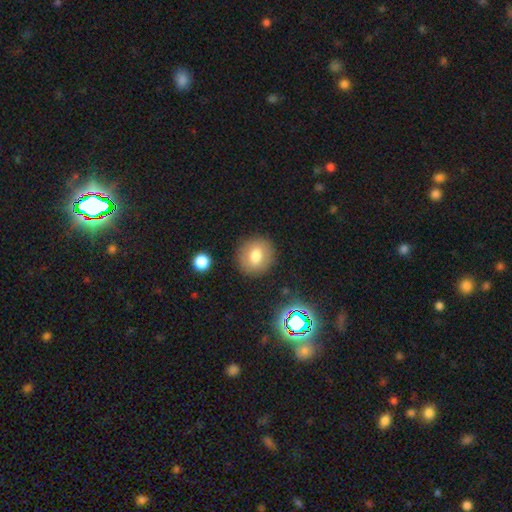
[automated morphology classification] Q: Smooth or featured?
A: smooth (74%); runner-up: featured or disk (15%)
Q: How rounded?
A: round (80%); runner-up: in between (19%)
Q: Merging?
A: none (87%); runner-up: minor disturbance (8%)